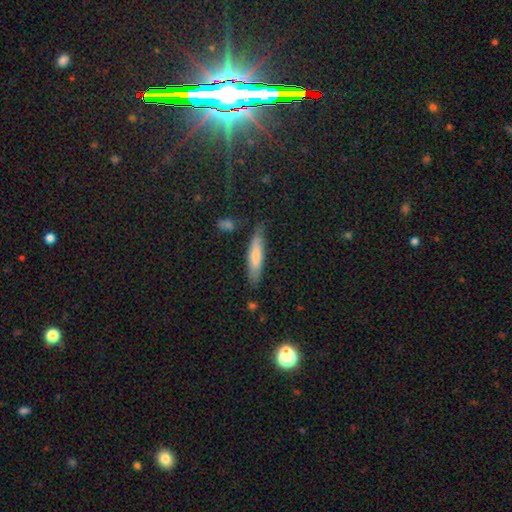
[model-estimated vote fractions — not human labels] Q: Smooth or featured?
A: smooth (72%); runner-up: featured or disk (22%)
Q: How rounded?
A: cigar-shaped (78%); runner-up: in between (20%)
Q: Merging?
A: none (76%); runner-up: minor disturbance (18%)